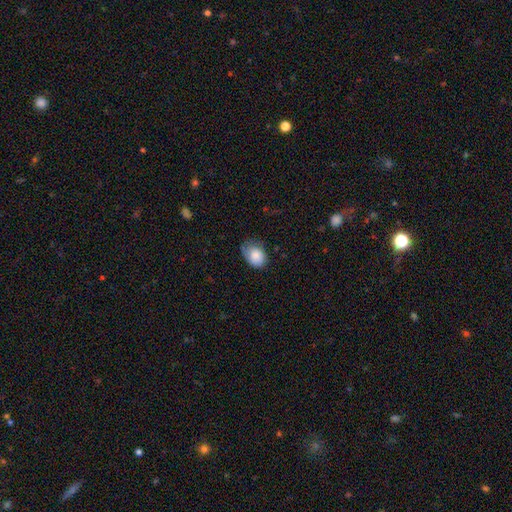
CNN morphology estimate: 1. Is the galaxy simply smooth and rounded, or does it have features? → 81% smooth, 13% featured or disk, 7% star or artifact.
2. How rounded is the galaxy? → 73% in between, 26% round, 1% cigar-shaped.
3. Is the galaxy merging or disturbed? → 51% none, 36% minor disturbance, 11% major disturbance, 1% merger.